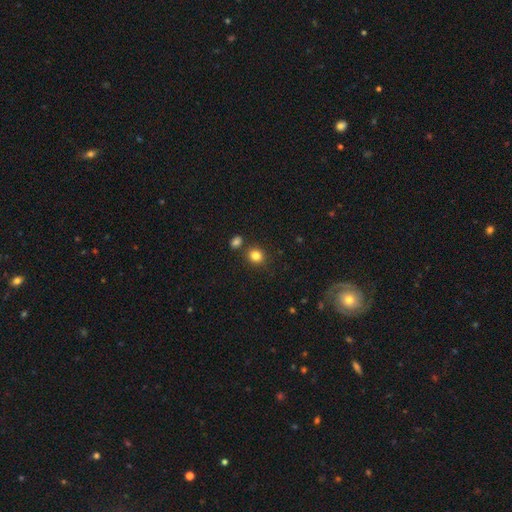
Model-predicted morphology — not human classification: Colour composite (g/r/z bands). It shows a smooth galaxy with no disk features (83%) that is round (78%). Merging: none (80%).